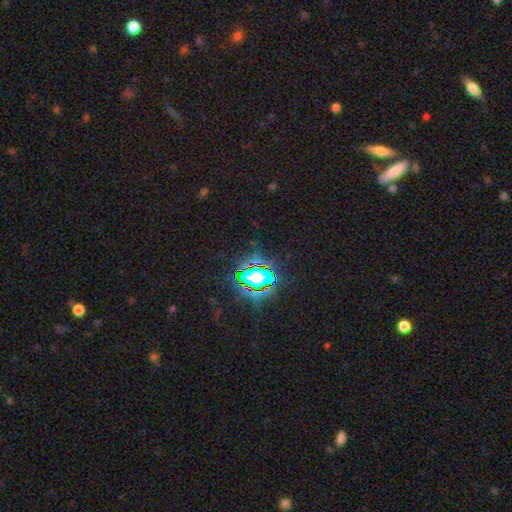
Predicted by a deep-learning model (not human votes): Smooth or featured: star or artifact — 77% (smooth — 14%)